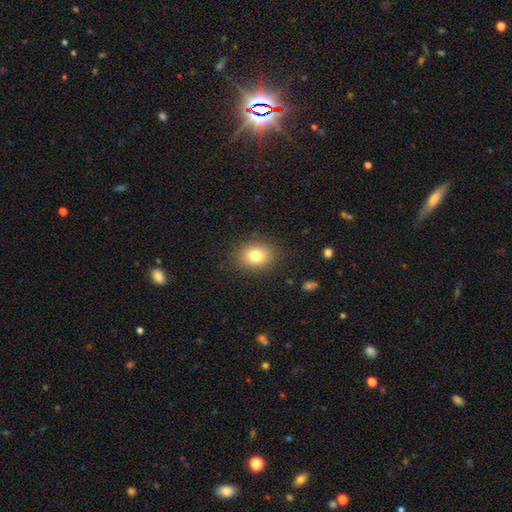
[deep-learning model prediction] Smooth or featured? Predicted: smooth (p=0.80). How rounded? Predicted: round (p=0.50). Merging? Predicted: none (p=0.87).